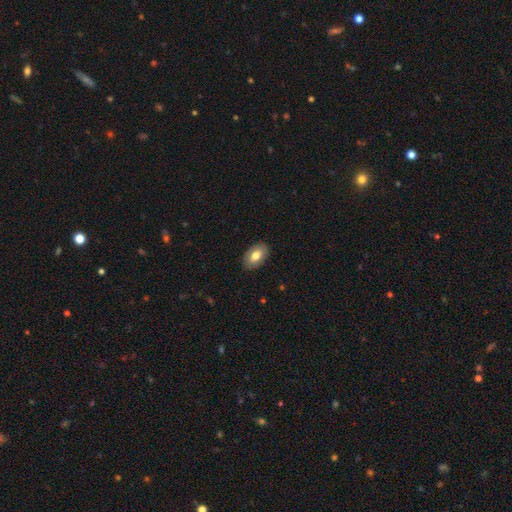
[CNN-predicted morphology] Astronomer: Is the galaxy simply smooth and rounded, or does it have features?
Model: smooth — 77%.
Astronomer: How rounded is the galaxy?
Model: in between — 91%.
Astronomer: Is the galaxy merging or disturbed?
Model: none — 87%.